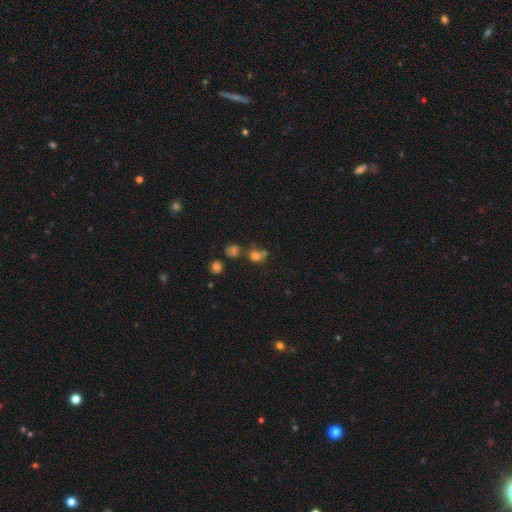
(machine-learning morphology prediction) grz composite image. It shows a smooth galaxy with no disk features (65%) that is round (54%). Merging: none (39%).